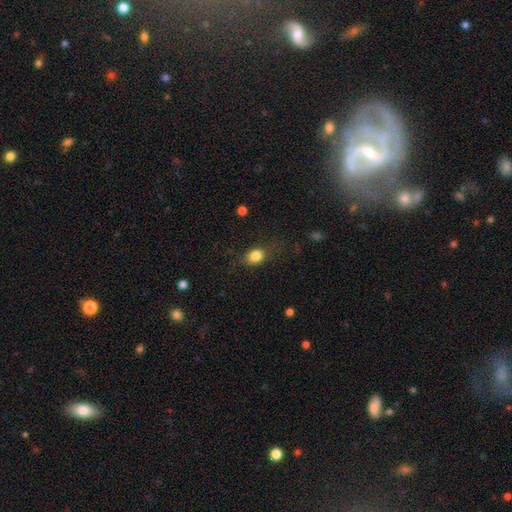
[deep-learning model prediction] A smooth galaxy with no disk features (84%) that is in between round and cigar-shaped (56%).

Vote fractions:
- Smooth or featured? smooth: 84% / star or artifact: 10% / featured or disk: 7%
- How rounded? in between: 56% / round: 43% / cigar-shaped: 2%
- Merging? none: 72% / minor disturbance: 19% / major disturbance: 8% / merger: 1%